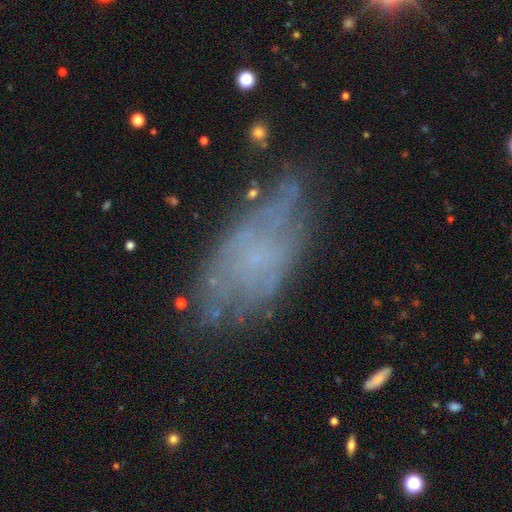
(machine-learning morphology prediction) Smooth or featured? featured or disk (47%)
Merging? none (58%)